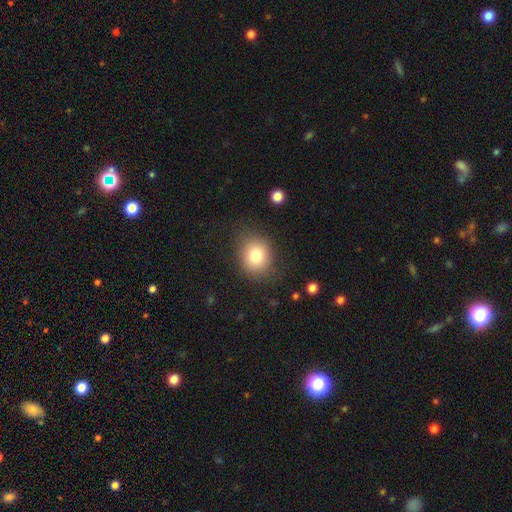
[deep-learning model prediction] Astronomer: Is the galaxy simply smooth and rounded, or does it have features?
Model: smooth — 79%.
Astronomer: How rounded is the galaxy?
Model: round — 65%.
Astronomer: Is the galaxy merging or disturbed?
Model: none — 81%.